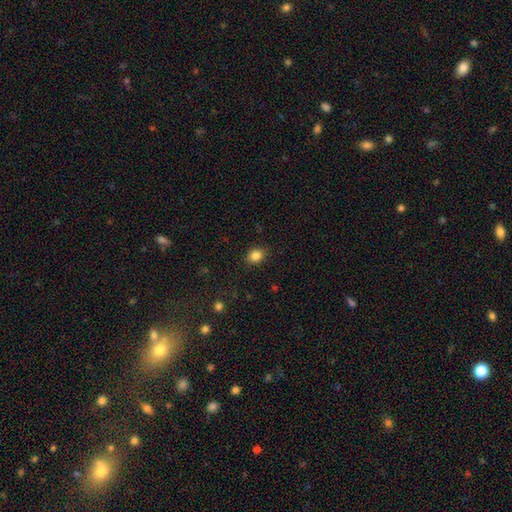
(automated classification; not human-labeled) Smooth or featured? smooth (84%)
How rounded? round (51%)
Merging? none (87%)